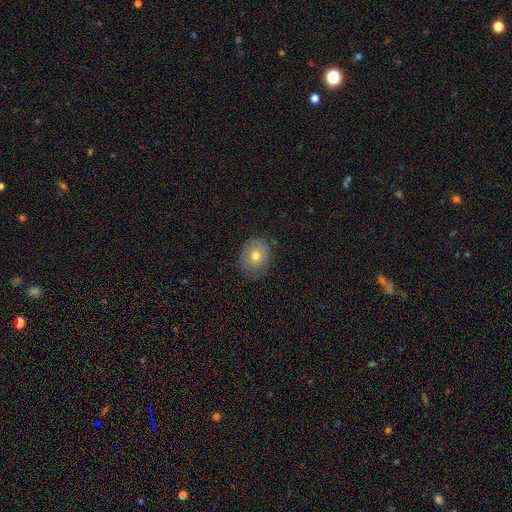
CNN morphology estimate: smooth_or_featured: smooth (p=0.71) [alt: featured or disk p=0.19]
how_rounded: round (p=0.55) [alt: in between p=0.44]
merging: none (p=0.79) [alt: minor disturbance p=0.16]